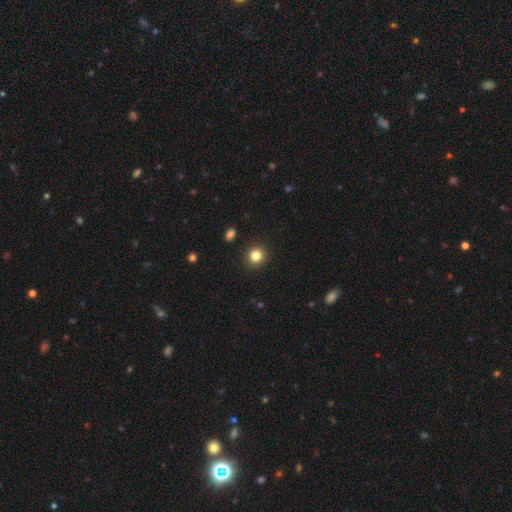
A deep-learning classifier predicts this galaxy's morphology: A smooth galaxy with no disk features (83%) that is round (89%). Merging: none (91%).